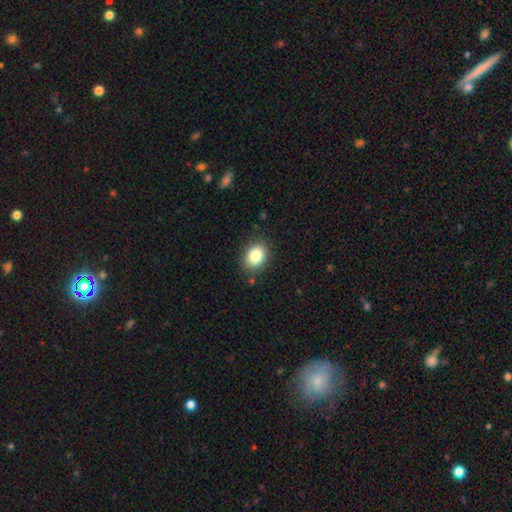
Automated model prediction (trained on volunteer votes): Smooth or featured? smooth (84%)
How rounded? in between (65%)
Merging? none (86%)